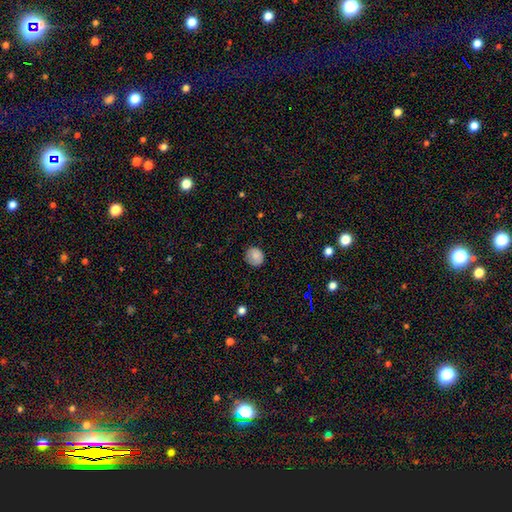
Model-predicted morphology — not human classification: smooth 84%, star or artifact 9%, featured or disk 7%. Down the decision tree: how rounded — round (78%); merging — none (79%).